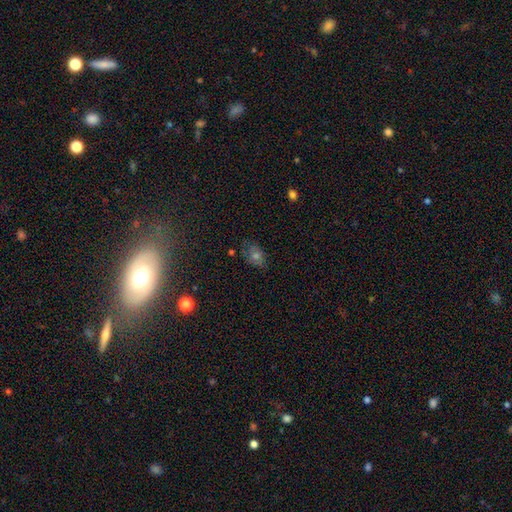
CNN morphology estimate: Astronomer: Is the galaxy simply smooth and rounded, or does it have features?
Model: smooth — 45% (runner-up: star or artifact, 30%).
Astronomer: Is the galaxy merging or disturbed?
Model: none — 75%.